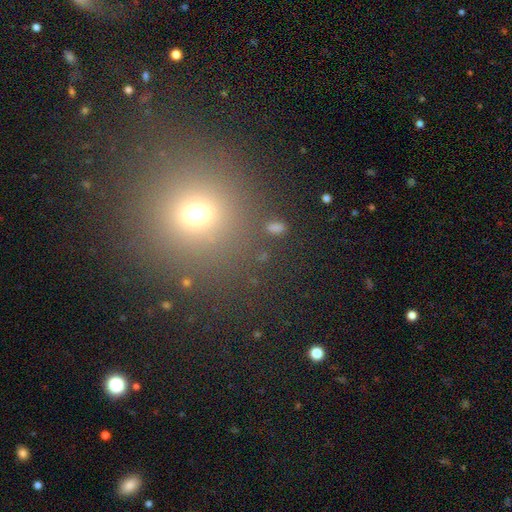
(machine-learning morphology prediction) A smooth galaxy with no disk features (54%) that is round (89%).

Vote fractions:
- Smooth or featured? smooth: 54% / star or artifact: 38% / featured or disk: 8%
- How rounded? round: 89% / in between: 10% / cigar-shaped: 1%
- Merging? none: 86% / minor disturbance: 7% / major disturbance: 4% / merger: 3%